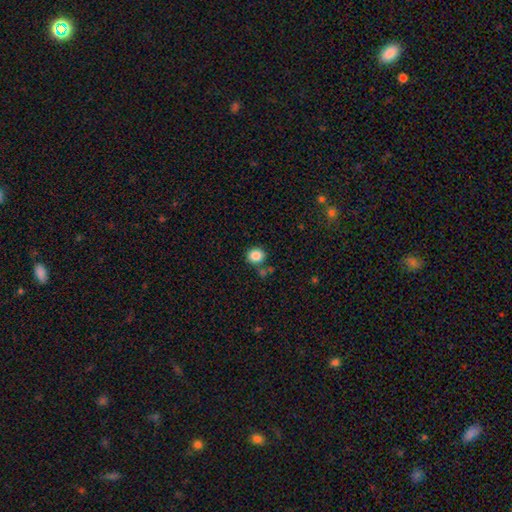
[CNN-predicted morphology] A smooth galaxy with no disk features (87%) that is round (82%).

Vote fractions:
- Smooth or featured? smooth: 87% / star or artifact: 10% / featured or disk: 4%
- How rounded? round: 82% / in between: 18% / cigar-shaped: 1%
- Merging? none: 79% / minor disturbance: 10% / merger: 8% / major disturbance: 3%